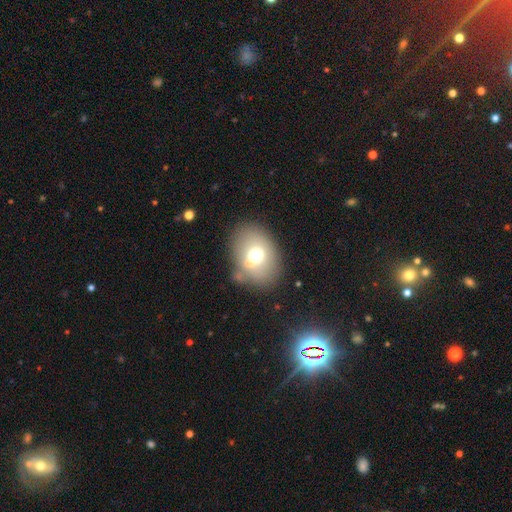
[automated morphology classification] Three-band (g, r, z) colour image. It shows a smooth galaxy with no disk features (65%) that is in between round and cigar-shaped (64%). Merging: none (64%).